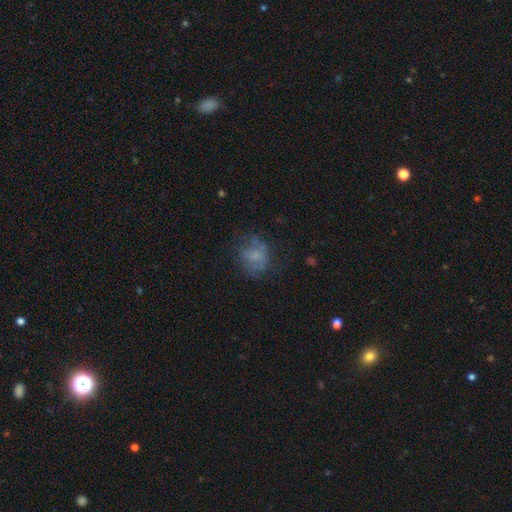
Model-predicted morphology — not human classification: This appears to be a smooth galaxy with no disk features (58%) that is round (67%). Merging: none (55%).